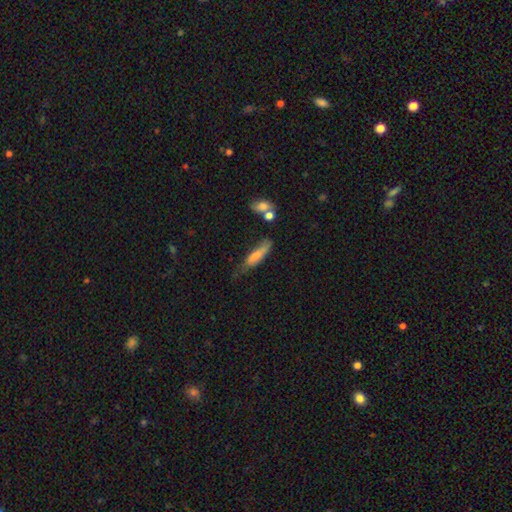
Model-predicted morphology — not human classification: smooth 67%, featured or disk 26%, star or artifact 7%. Down the decision tree: how rounded — cigar-shaped (63%); merging — none (43%).